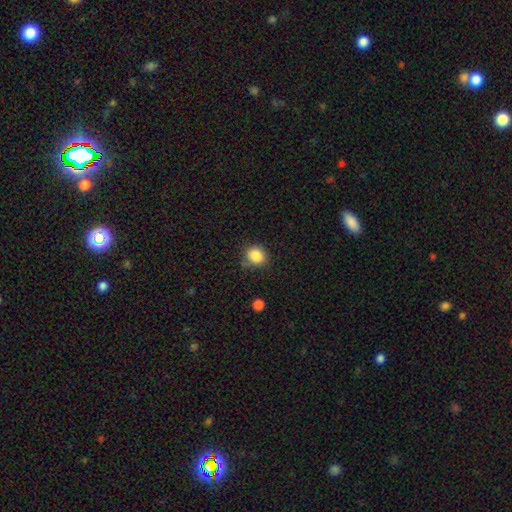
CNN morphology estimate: smooth-or-featured: smooth: 86% | star or artifact: 10% | featured or disk: 4%
  how-rounded: round: 74% | in between: 25% | cigar-shaped: 1%
  merging: none: 72% | minor disturbance: 18% | merger: 5% | major disturbance: 5%